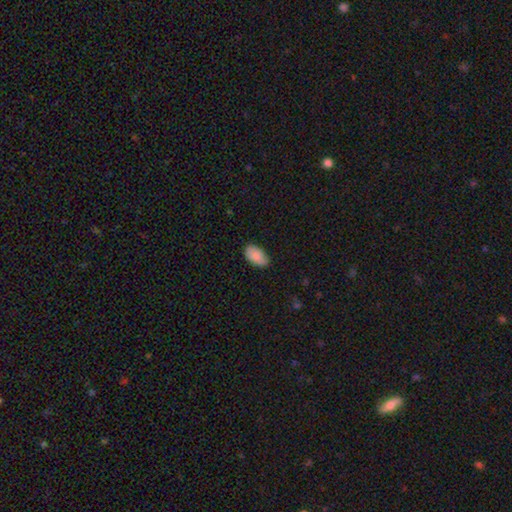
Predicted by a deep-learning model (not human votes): Smooth or featured? smooth (84%)
How rounded? in between (94%)
Merging? none (78%)